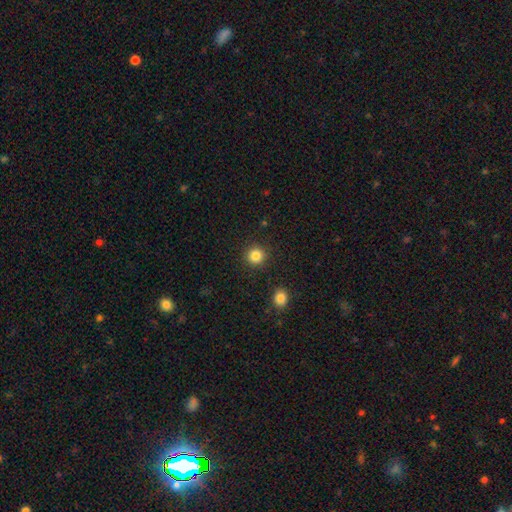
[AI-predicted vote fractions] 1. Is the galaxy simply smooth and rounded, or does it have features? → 84% smooth, 11% star or artifact, 5% featured or disk.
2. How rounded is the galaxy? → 93% round, 6% in between, 1% cigar-shaped.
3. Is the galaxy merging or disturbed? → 90% none, 6% minor disturbance, 2% major disturbance, 2% merger.